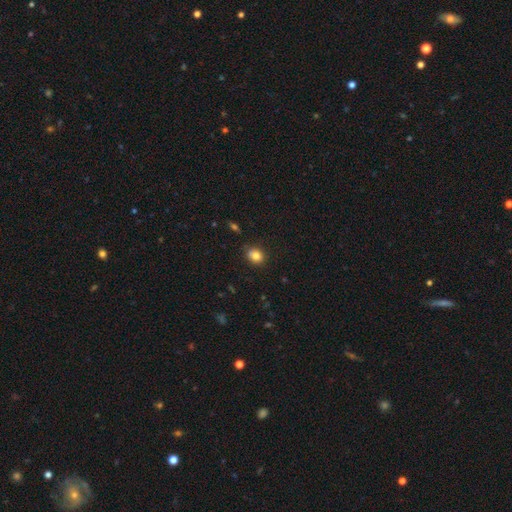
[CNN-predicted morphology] This is clearly a smooth galaxy (82%). How rounded: possibly round (53%). Merging: likely none (79%).